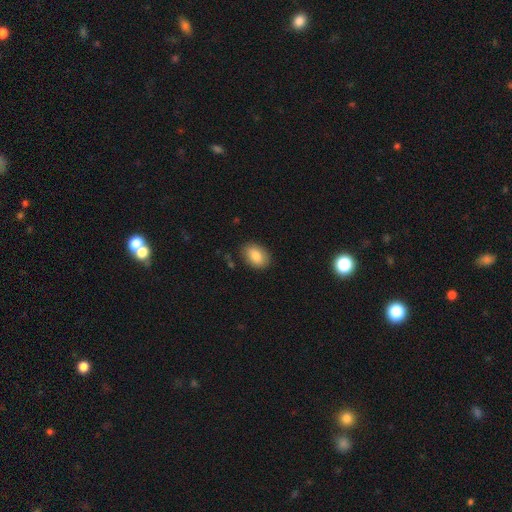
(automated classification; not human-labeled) smooth 84%, featured or disk 9%, star or artifact 8%. Down the decision tree: how rounded — in between (83%); merging — none (84%).